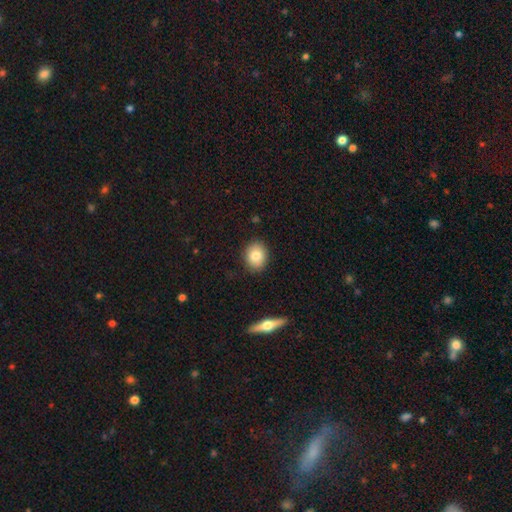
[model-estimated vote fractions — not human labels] Overall: smooth (81%). How rounded: round (56%; in between 43%). Merging: none (88%).